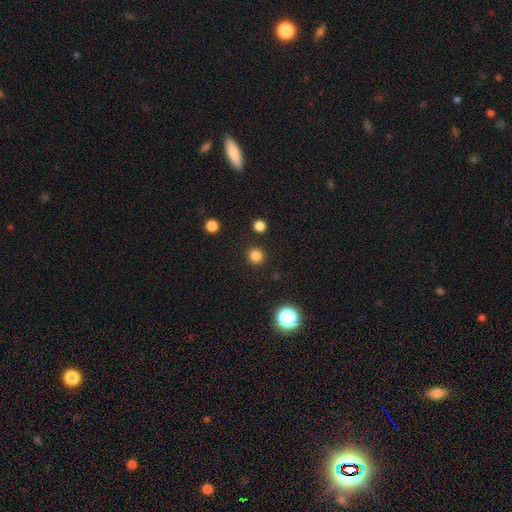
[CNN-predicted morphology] This is clearly a smooth galaxy (83%). How rounded: clearly round (90%). Merging: clearly none (90%).